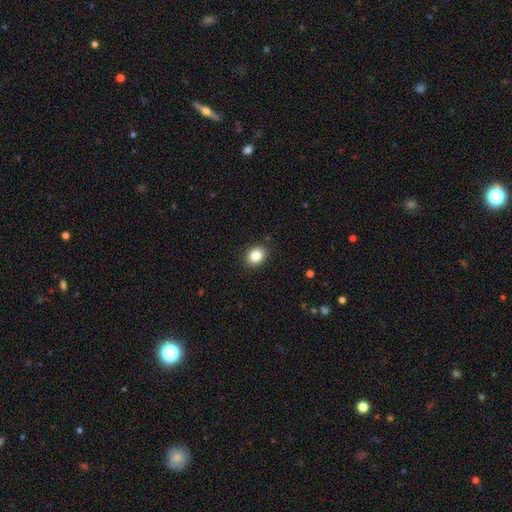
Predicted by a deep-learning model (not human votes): Overall: smooth (84%). How rounded: round (50%; in between 49%). Merging: none (90%).